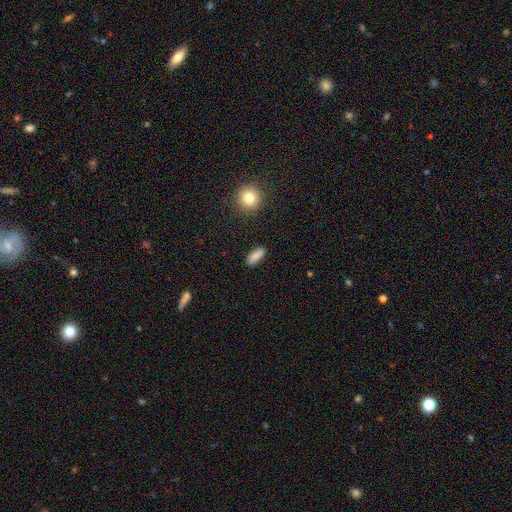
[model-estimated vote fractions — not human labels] The model was most divided on "how rounded": in between: 74%, cigar-shaped: 23%, round: 3%. More confident: merging — none (86%); smooth or featured — smooth (84%).